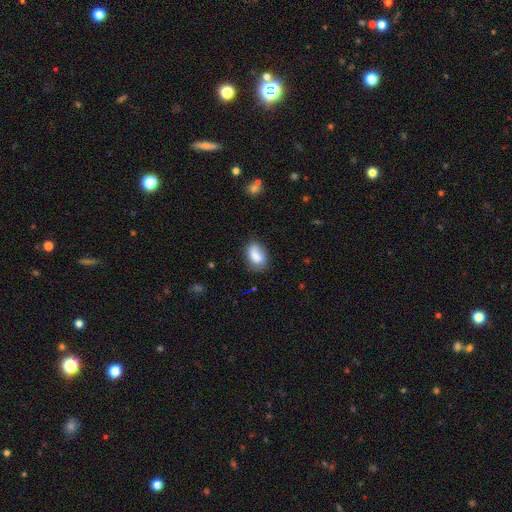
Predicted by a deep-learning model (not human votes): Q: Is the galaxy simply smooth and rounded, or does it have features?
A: smooth — 78%.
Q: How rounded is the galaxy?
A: in between — 86%.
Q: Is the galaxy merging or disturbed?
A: none — 62%.